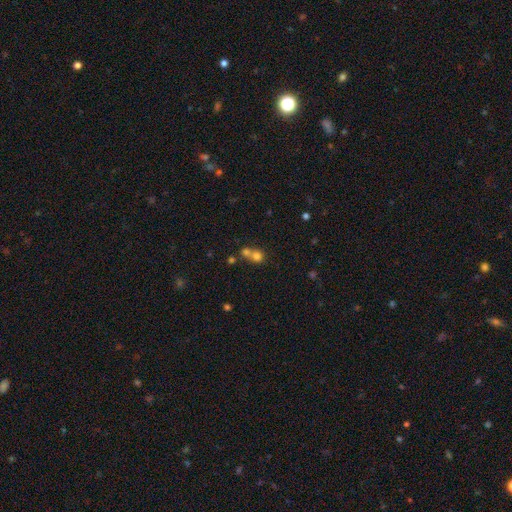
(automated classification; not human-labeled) Smooth or featured?
  - smooth: 71% *
  - star or artifact: 17%
  - featured or disk: 13%
How rounded?
  - round: 82% *
  - in between: 17%
  - cigar-shaped: 1%
Merging?
  - merger: 56% *
  - none: 35%
  - minor disturbance: 6%
  - major disturbance: 3%